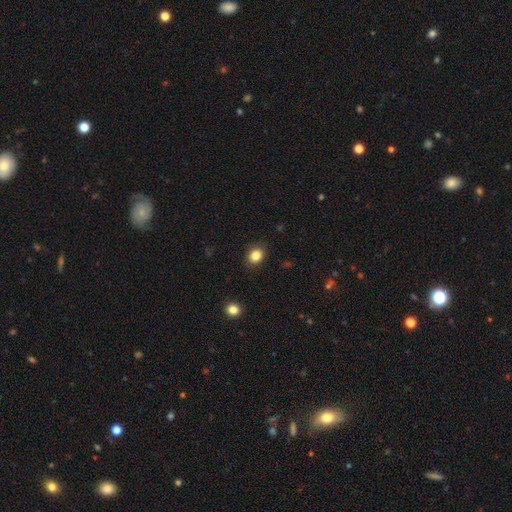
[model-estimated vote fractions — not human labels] A smooth galaxy with no disk features (85%) that is round (54%).

Vote fractions:
- Smooth or featured? smooth: 85% / star or artifact: 10% / featured or disk: 5%
- How rounded? round: 54% / in between: 45% / cigar-shaped: 1%
- Merging? none: 87% / minor disturbance: 9% / major disturbance: 2% / merger: 1%